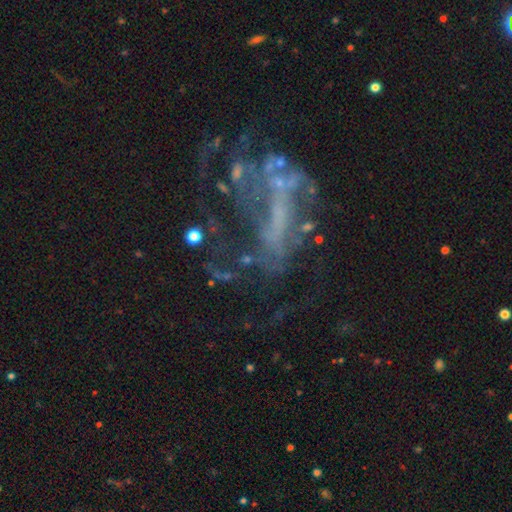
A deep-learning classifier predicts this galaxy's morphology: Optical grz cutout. It shows a featured or disk galaxy (63%) with no bar (55%), no spiral arms (64%) and no central bulge (71%). Merging: major disturbance (42%).